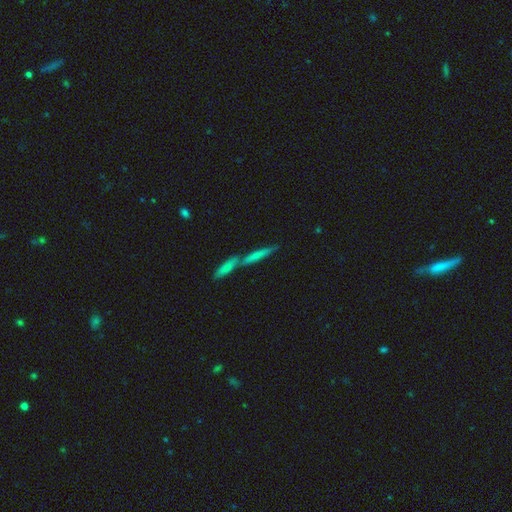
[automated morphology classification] smooth-or-featured: featured or disk: 41% | smooth: 31% | star or artifact: 27%
  merging: none: 60% | merger: 22% | minor disturbance: 11% | major disturbance: 8%